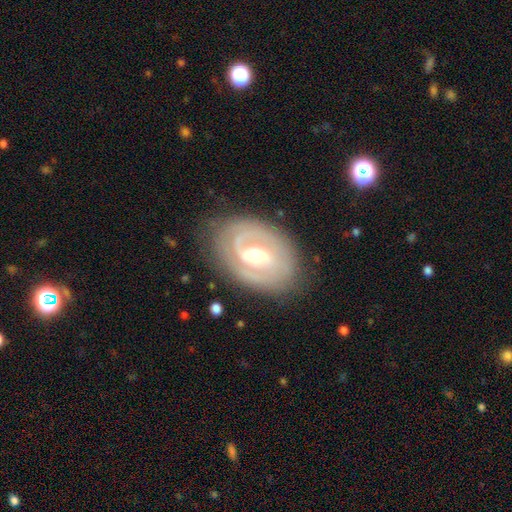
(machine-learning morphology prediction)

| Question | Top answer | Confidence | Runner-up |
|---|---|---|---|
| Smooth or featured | featured or disk | 82% | smooth (13%) |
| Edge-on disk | no | 96% | yes (4%) |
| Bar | weak | 46% | strong (31%) |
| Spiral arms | yes | 83% | no (17%) |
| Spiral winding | tight | 59% | medium (31%) |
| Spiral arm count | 2 | 65% | can't tell (19%) |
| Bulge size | moderate | 69% | small (19%) |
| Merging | none | 78% | minor disturbance (15%) |